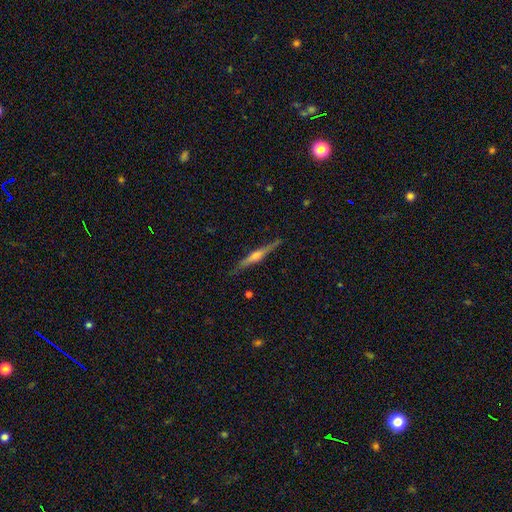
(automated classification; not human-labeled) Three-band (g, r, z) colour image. It shows a featured or disk galaxy (74%) viewed edge-on (98%) with a rounded central bulge (79%). Merging: none (87%).